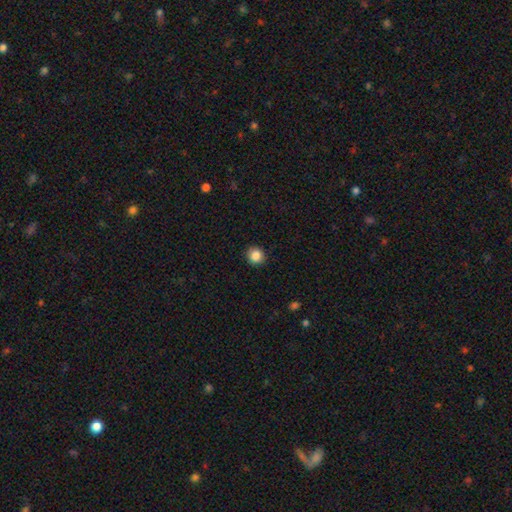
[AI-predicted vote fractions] This is clearly a smooth galaxy (86%). How rounded: clearly round (90%). Merging: clearly none (91%).